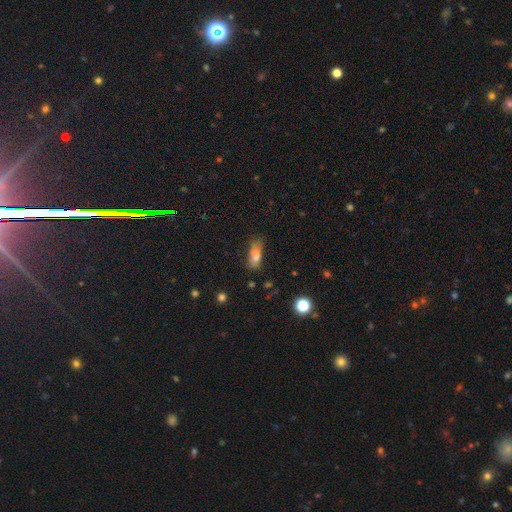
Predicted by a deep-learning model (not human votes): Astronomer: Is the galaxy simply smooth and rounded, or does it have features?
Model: smooth — 73%.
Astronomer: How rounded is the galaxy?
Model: in between — 75%.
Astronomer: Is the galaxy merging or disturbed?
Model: none — 46% (runner-up: minor disturbance, 32%).